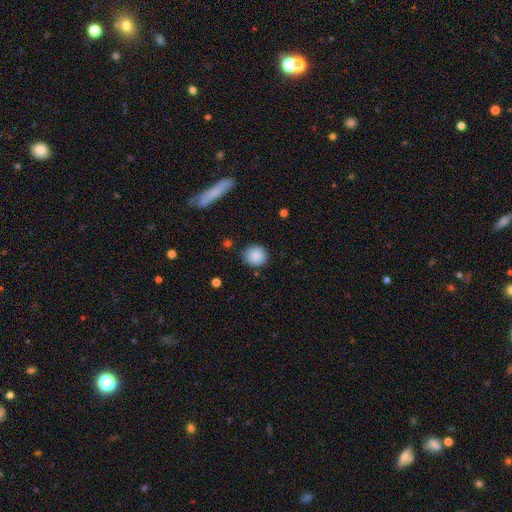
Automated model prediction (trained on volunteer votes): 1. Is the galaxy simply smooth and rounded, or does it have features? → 88% smooth, 8% star or artifact, 4% featured or disk.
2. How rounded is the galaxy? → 84% round, 15% in between, 1% cigar-shaped.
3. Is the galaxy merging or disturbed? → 85% none, 11% minor disturbance, 3% major disturbance, 2% merger.